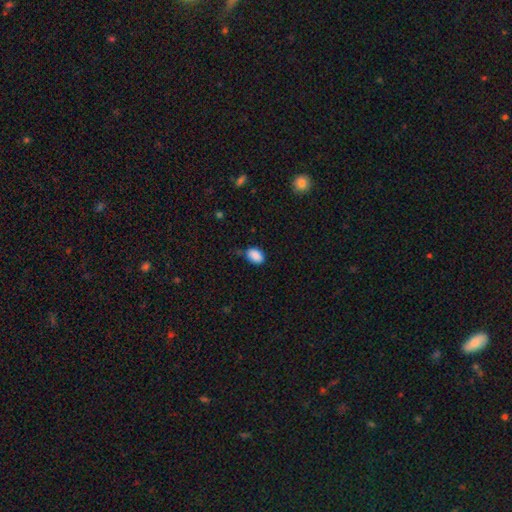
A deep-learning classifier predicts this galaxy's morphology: Smooth or featured? smooth (88%)
How rounded? in between (82%)
Merging? none (66%)